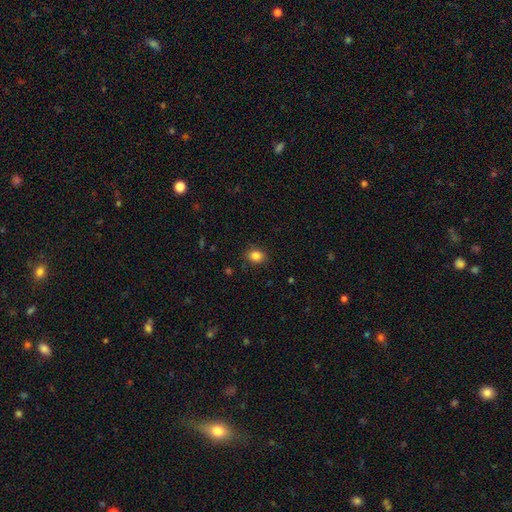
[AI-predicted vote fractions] smooth_or_featured: smooth (p=0.84) [alt: star or artifact p=0.11]
how_rounded: round (p=0.55) [alt: in between p=0.44]
merging: none (p=0.87) [alt: minor disturbance p=0.10]